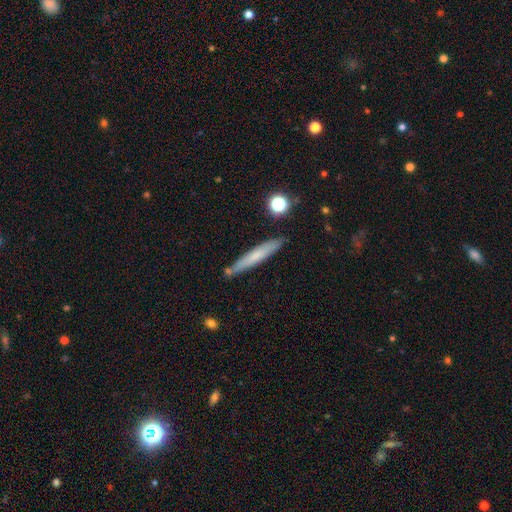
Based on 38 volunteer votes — This appears to be a smooth galaxy with no disk features (66%) that is cigar-shaped (96%). Merging: none (87%).